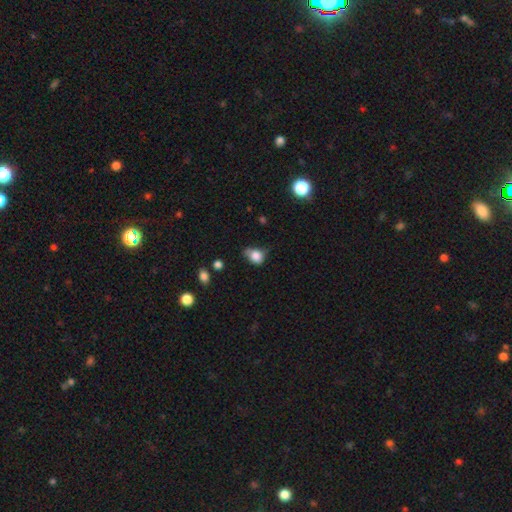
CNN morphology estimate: Q: Smooth or featured?
A: smooth (80%); runner-up: star or artifact (10%)
Q: How rounded?
A: in between (56%); runner-up: round (42%)
Q: Merging?
A: minor disturbance (45%); runner-up: none (34%)